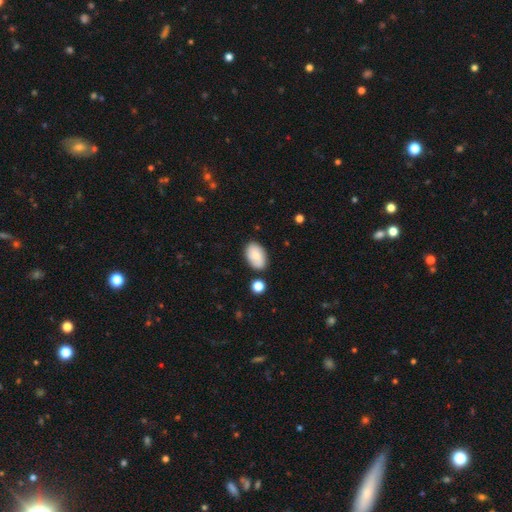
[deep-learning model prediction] Overall: smooth (76%). How rounded: in between (91%). Merging: none (76%).